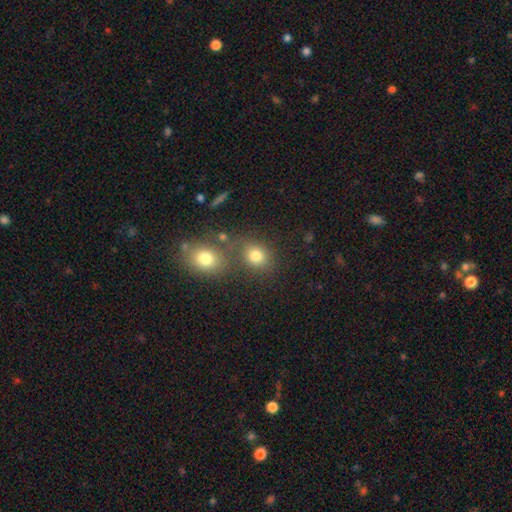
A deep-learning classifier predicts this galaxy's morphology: This appears to be a smooth galaxy with no disk features (78%) that is round (66%). Merging: none (61%).